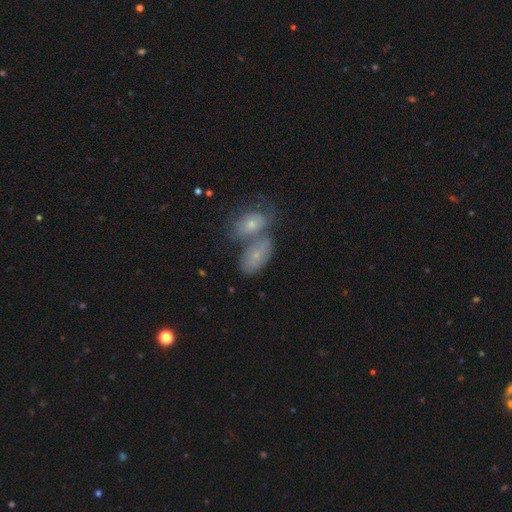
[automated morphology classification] Smooth or featured: smooth — 57% (featured or disk — 34%)
How rounded: in between — 89% (round — 8%)
Merging: merger — 54% (none — 30%)